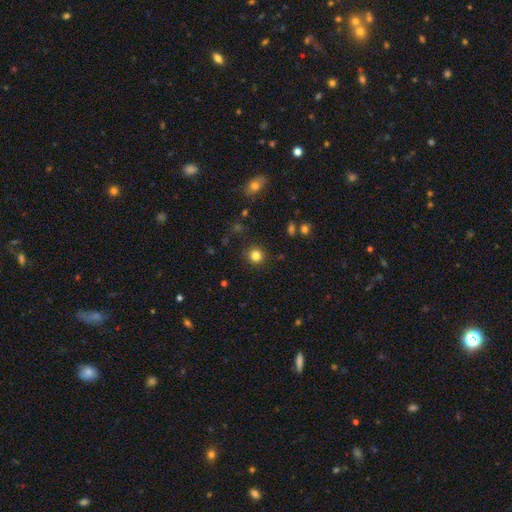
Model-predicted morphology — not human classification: smooth_or_featured: smooth (p=0.82) [alt: star or artifact p=0.13]
how_rounded: round (p=0.93) [alt: in between p=0.06]
merging: none (p=0.90) [alt: minor disturbance p=0.06]